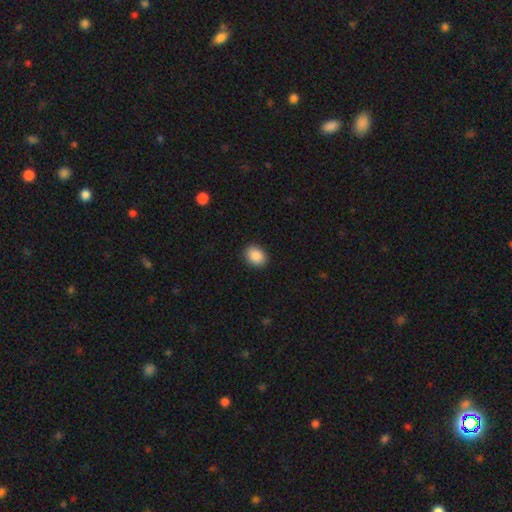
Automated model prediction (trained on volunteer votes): smooth 89%, star or artifact 8%, featured or disk 3%. Down the decision tree: how rounded — in between (56%); merging — none (90%).